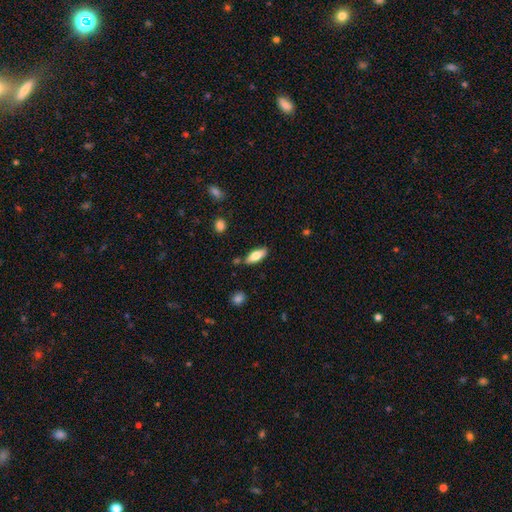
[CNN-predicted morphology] type=smooth (70%); roundness=in between (70%); merging=none (82%).